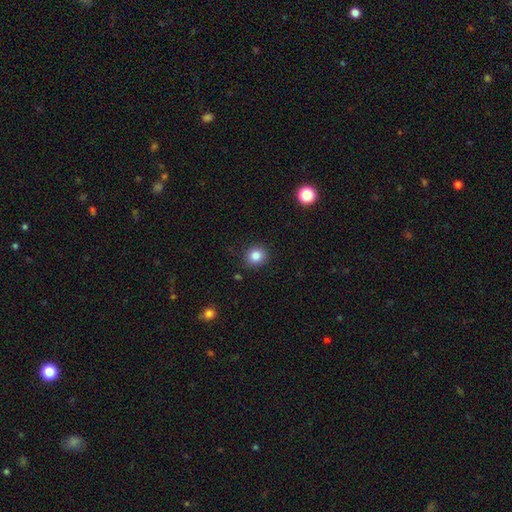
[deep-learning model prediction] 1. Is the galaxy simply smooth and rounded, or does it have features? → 84% smooth, 11% star or artifact, 5% featured or disk.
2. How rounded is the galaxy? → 86% round, 13% in between, 1% cigar-shaped.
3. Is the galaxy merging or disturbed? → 89% none, 7% minor disturbance, 2% major disturbance, 1% merger.